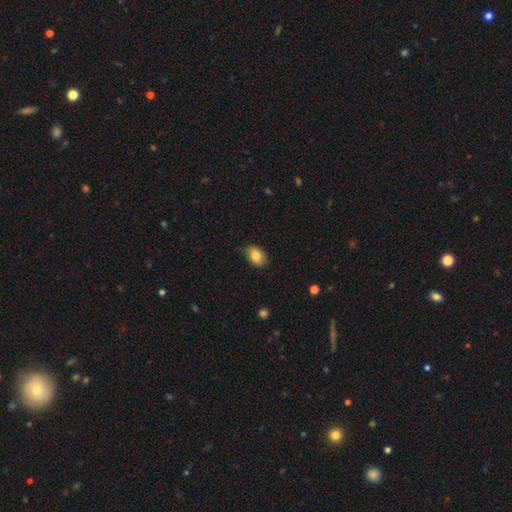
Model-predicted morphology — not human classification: This appears to be a smooth galaxy with no disk features (82%) that is in between round and cigar-shaped (86%). Merging: none (78%).